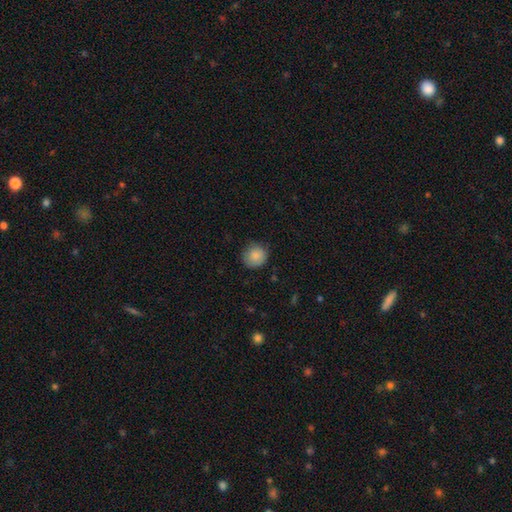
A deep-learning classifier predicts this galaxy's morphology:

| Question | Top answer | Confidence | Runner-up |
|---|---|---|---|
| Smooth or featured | smooth | 86% | star or artifact (8%) |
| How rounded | round | 89% | in between (10%) |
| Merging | none | 81% | minor disturbance (15%) |